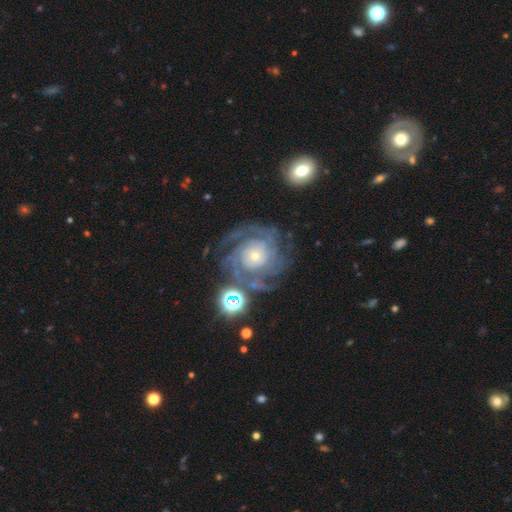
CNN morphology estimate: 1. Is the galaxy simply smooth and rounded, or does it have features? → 89% featured or disk, 6% star or artifact, 4% smooth.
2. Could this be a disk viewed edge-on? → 98% no, 2% yes.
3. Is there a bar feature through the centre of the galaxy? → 77% no, 17% weak, 6% strong.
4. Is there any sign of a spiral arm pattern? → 98% yes, 2% no.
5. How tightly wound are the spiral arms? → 73% tight, 23% medium, 4% loose.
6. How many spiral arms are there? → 24% 3 (tied), 24% 4 (tied), 20% can't tell, 13% 2, 13% more than 4, 7% 1.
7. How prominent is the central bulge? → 68% small, 27% moderate, 3% large, 1% none, 1% dominant.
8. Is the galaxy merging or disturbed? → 70% none, 15% minor disturbance, 10% major disturbance, 5% merger.